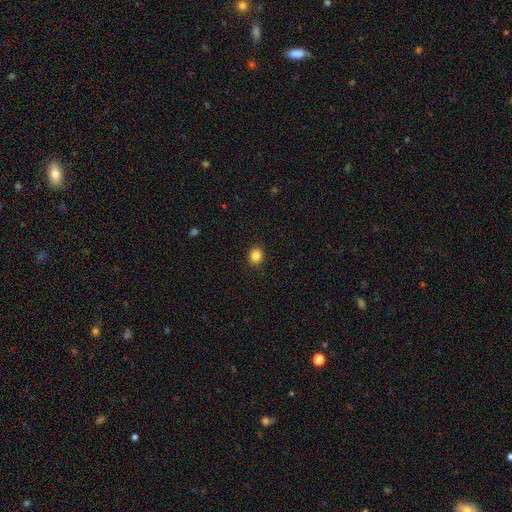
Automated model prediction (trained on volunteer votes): Overall: smooth (85%). How rounded: round (72%). Merging: none (91%).